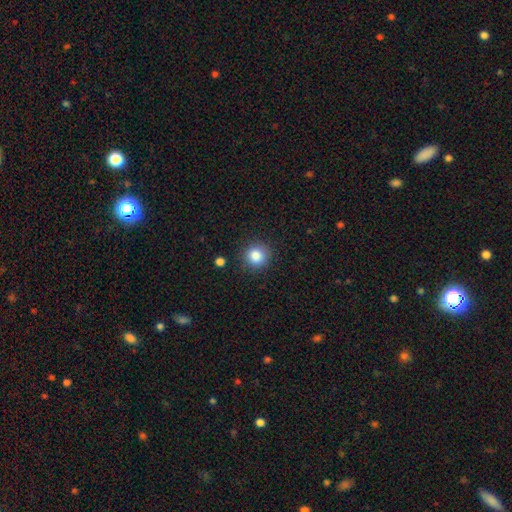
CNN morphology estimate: type=smooth (85%); roundness=round (91%); merging=none (88%).